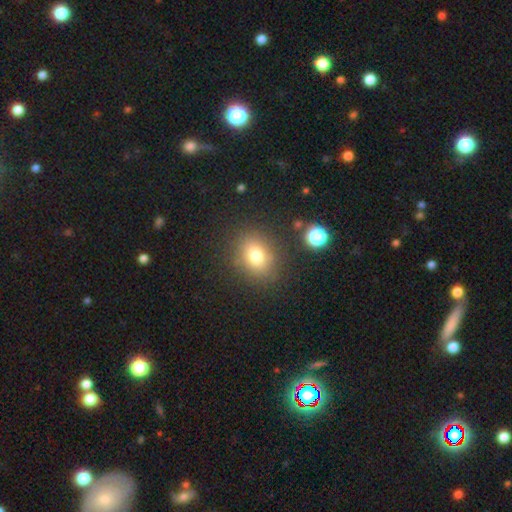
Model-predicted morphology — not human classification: The model was most divided on "how rounded": in between: 53%, round: 45%, cigar-shaped: 1%. More confident: merging — none (83%); smooth or featured — smooth (77%).